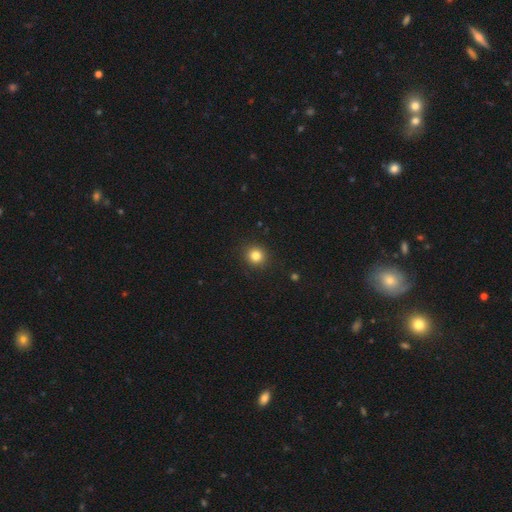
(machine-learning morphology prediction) A smooth galaxy with no disk features (83%) that is round (89%). Merging: none (92%).